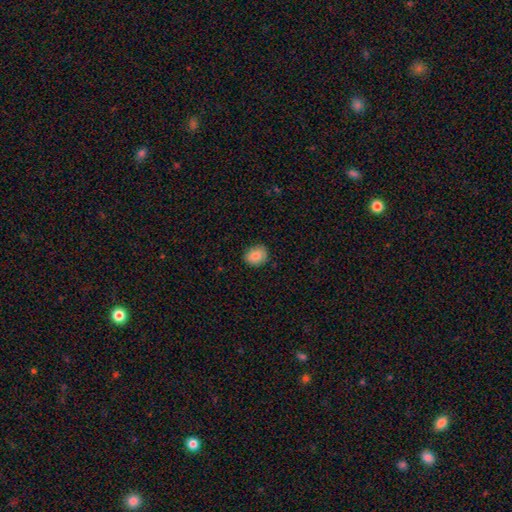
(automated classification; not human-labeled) A smooth galaxy with no disk features (85%) that is round (62%).

Vote fractions:
- Smooth or featured? smooth: 85% / star or artifact: 8% / featured or disk: 7%
- How rounded? round: 62% / in between: 37% / cigar-shaped: 1%
- Merging? none: 86% / minor disturbance: 11% / major disturbance: 2% / merger: 1%